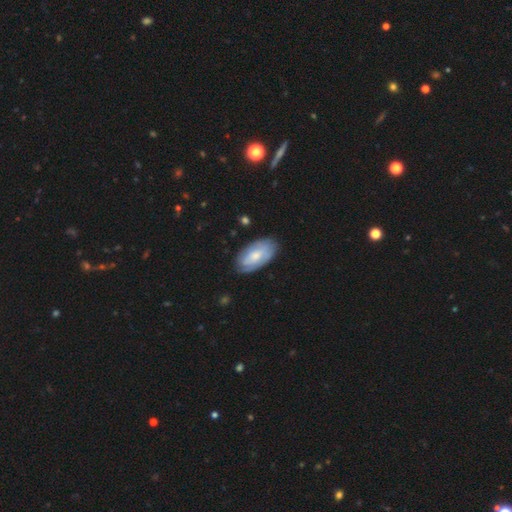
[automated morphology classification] This is possibly a smooth galaxy (55%). How rounded: clearly in between (94%). Merging: likely none (76%).